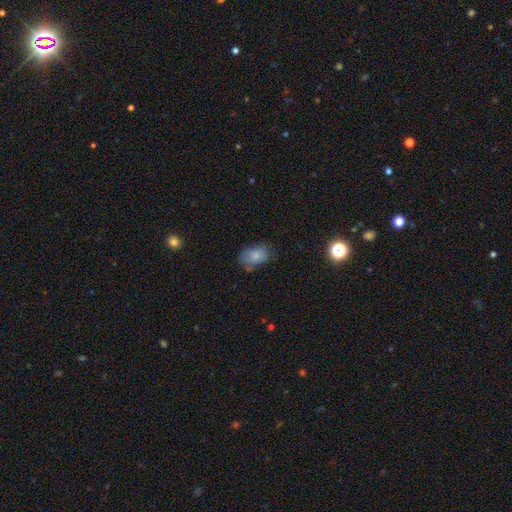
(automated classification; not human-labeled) Smooth or featured? Predicted: smooth (p=0.77). How rounded? Predicted: in between (p=0.83). Merging? Predicted: none (p=0.54).